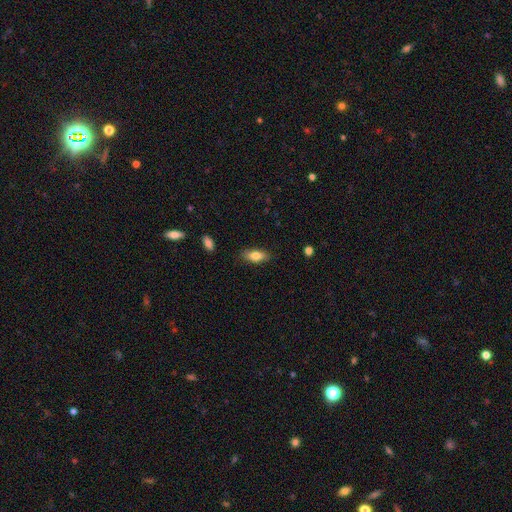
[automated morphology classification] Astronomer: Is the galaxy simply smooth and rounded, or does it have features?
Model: smooth — 78%.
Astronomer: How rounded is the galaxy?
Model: in between — 79%.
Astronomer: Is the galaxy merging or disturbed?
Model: none — 84%.